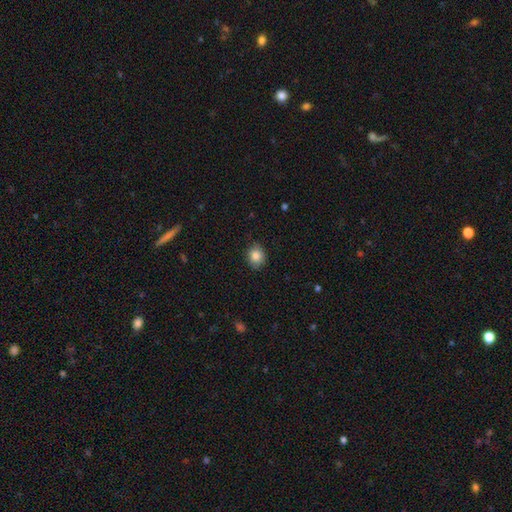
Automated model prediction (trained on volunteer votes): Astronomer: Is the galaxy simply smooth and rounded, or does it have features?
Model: smooth — 86%.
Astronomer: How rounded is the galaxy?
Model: round — 68%.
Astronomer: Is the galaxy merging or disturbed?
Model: none — 84%.